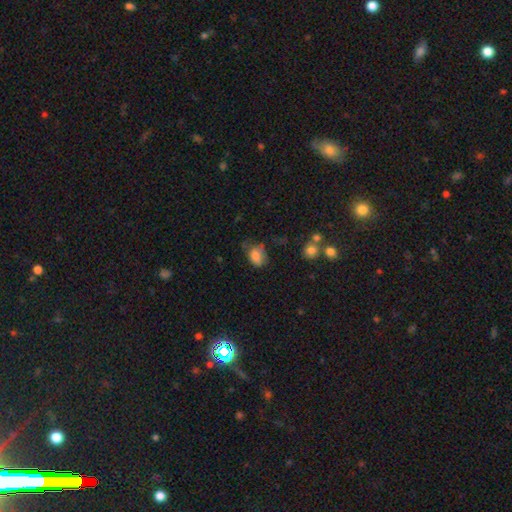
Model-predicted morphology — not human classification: Smooth or featured: smooth — 77% (featured or disk — 13%)
How rounded: in between — 80% (round — 19%)
Merging: none — 40% (minor disturbance — 35%)